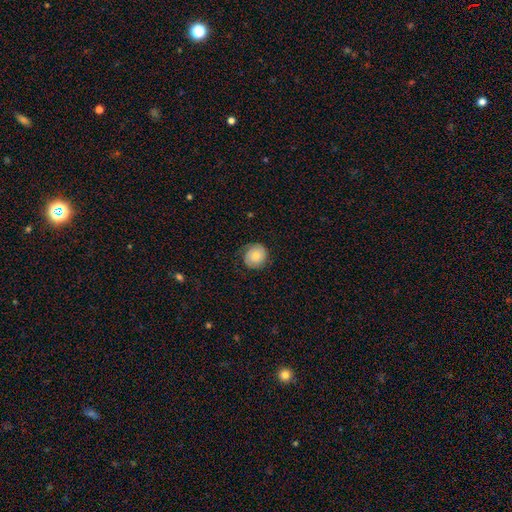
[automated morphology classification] type=smooth (59%); roundness=round (86%); merging=none (72%).